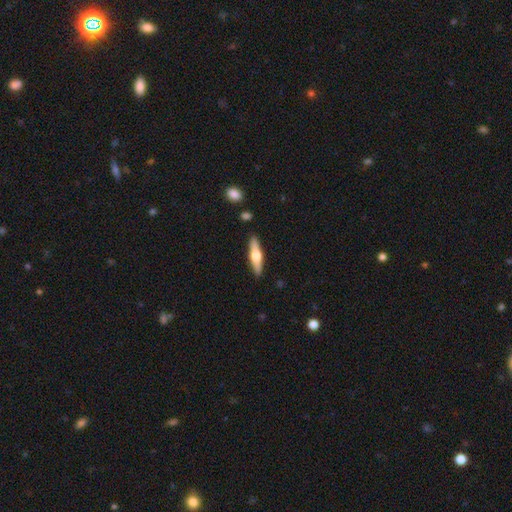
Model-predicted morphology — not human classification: type=featured or disk (54%); edge-on=yes (94%); edge-on bulge=rounded (92%); merging=none (89%).